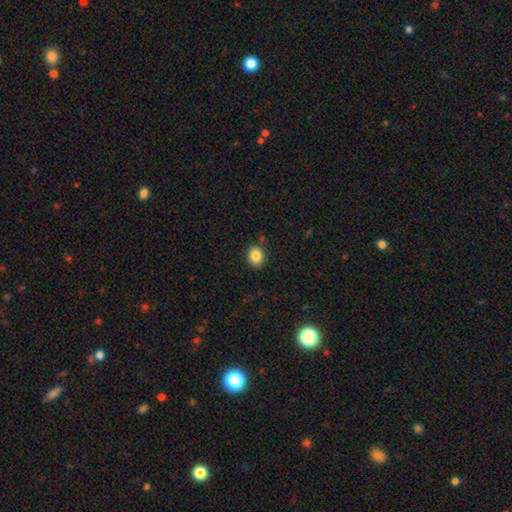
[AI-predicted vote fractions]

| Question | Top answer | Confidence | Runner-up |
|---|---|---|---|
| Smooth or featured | smooth | 86% | star or artifact (10%) |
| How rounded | round | 63% | in between (36%) |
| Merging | none | 86% | minor disturbance (9%) |